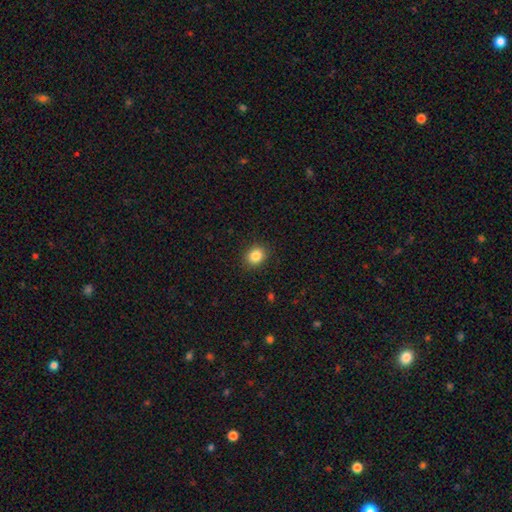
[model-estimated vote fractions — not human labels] smooth_or_featured: smooth (p=0.85) [alt: star or artifact p=0.10]
how_rounded: round (p=0.65) [alt: in between p=0.34]
merging: none (p=0.90) [alt: minor disturbance p=0.07]